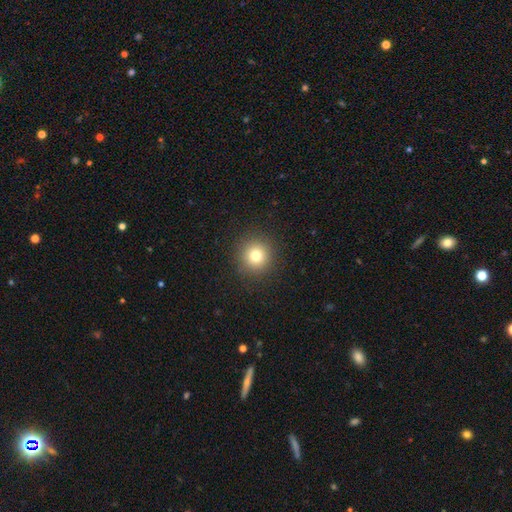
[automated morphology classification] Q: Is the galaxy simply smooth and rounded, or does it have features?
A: smooth — 78%.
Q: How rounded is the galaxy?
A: round — 94%.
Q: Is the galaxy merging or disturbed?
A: none — 91%.